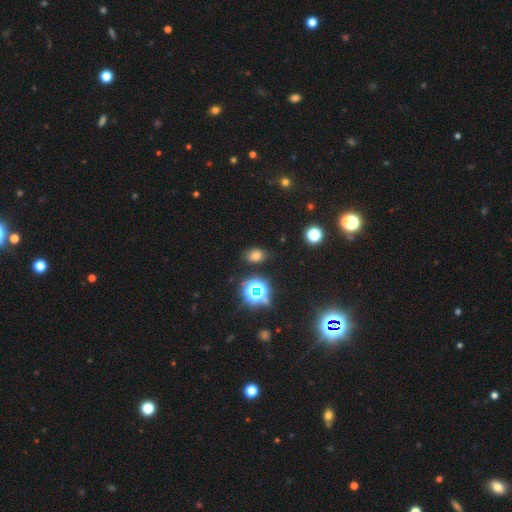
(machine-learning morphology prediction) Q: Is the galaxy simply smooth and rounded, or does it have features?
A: smooth — 66%.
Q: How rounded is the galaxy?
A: in between — 74%.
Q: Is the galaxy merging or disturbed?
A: none — 81%.